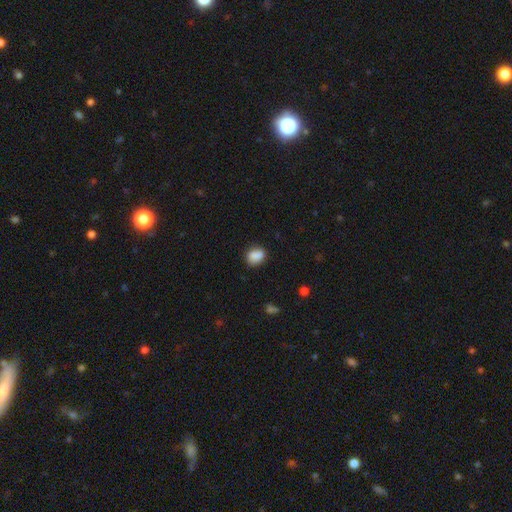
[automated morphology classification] A smooth galaxy with no disk features (84%) that is in between round and cigar-shaped (59%). Merging: none (69%).